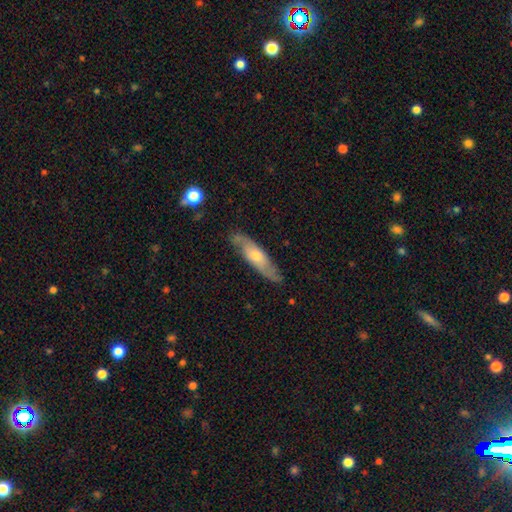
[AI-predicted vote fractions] Q: Smooth or featured?
A: featured or disk (63%); runner-up: smooth (31%)
Q: Edge-on disk?
A: no (57%); runner-up: yes (43%)
Q: Merging?
A: none (81%); runner-up: minor disturbance (15%)